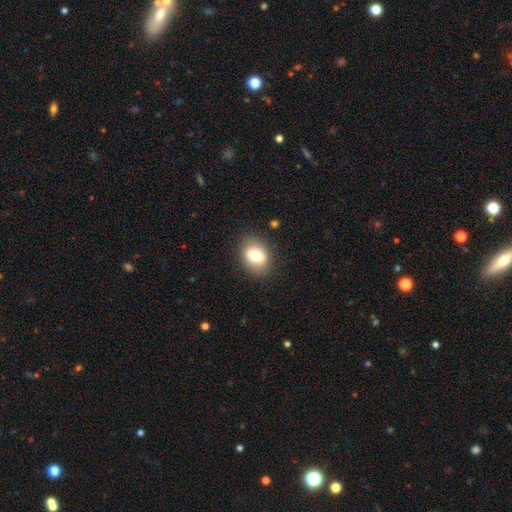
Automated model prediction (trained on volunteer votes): This appears to be a smooth galaxy with no disk features (73%) that is in between round and cigar-shaped (73%). Merging: none (84%).